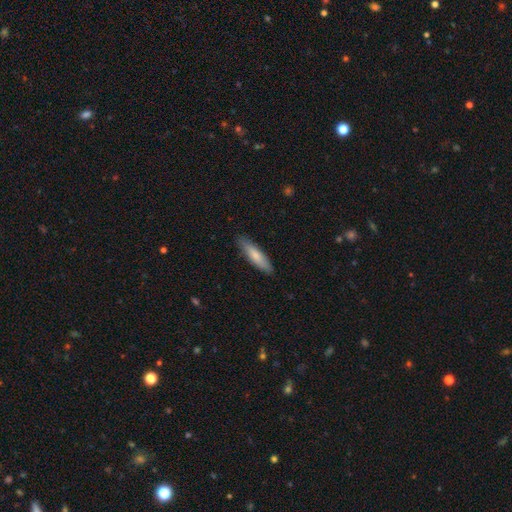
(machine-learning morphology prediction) The model was most divided on "how rounded": cigar-shaped: 73%, in between: 25%, round: 1%. More confident: merging — none (87%); smooth or featured — smooth (77%).